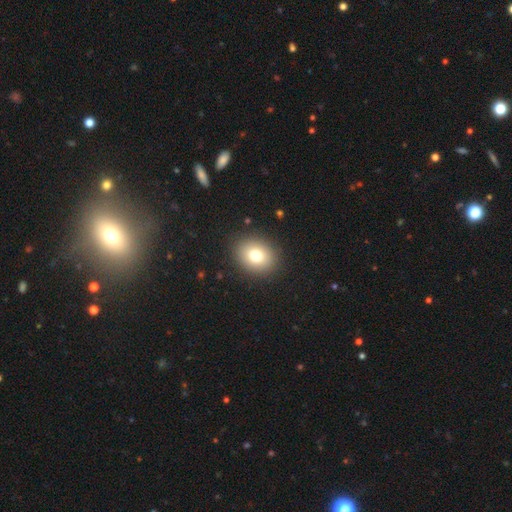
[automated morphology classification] The model was most divided on "how rounded": round: 56%, in between: 44%, cigar-shaped: 1%. More confident: merging — none (89%); smooth or featured — smooth (78%).